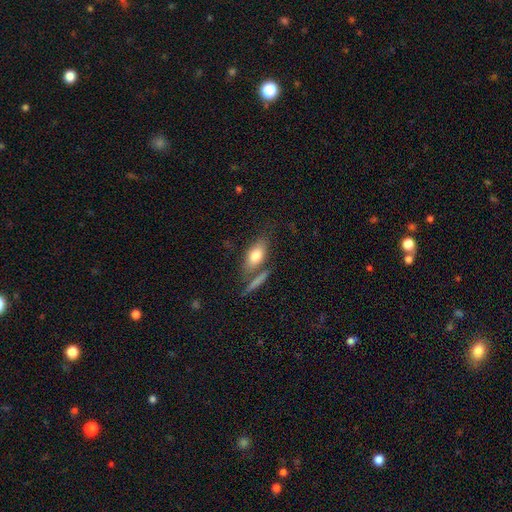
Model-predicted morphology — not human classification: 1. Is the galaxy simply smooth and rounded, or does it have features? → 75% smooth, 18% featured or disk, 7% star or artifact.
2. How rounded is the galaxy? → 79% in between, 14% cigar-shaped, 6% round.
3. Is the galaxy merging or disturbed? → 60% none, 20% merger, 14% minor disturbance, 6% major disturbance.